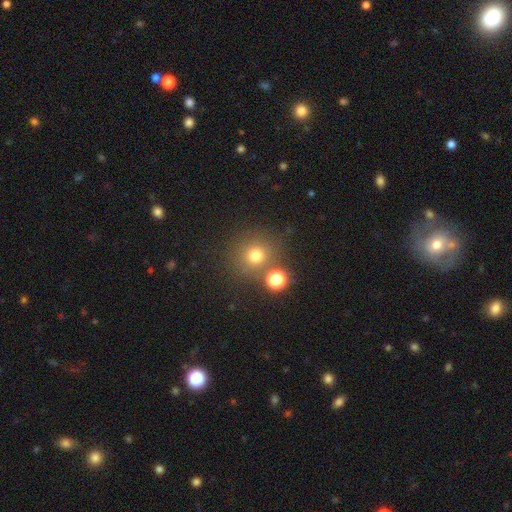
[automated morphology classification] This is likely a smooth galaxy (73%). How rounded: clearly round (92%). Merging: likely none (75%).